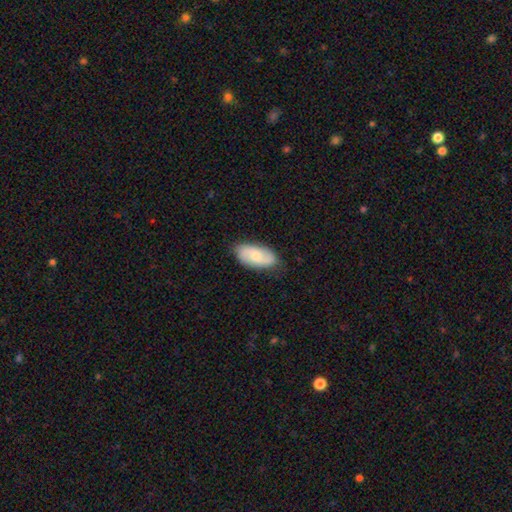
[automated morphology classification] Smooth or featured? smooth (54%)
How rounded? in between (92%)
Merging? none (79%)